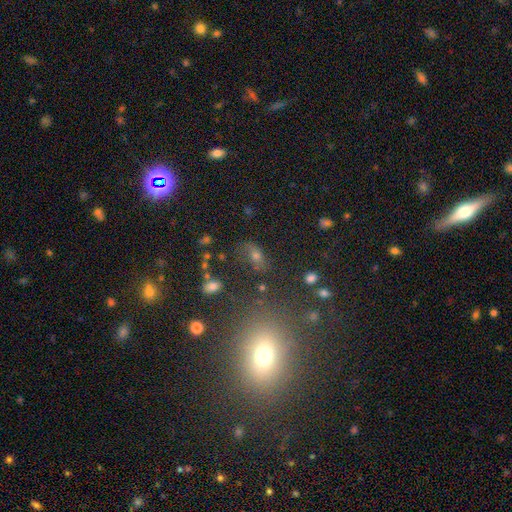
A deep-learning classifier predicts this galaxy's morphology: This appears to be a smooth galaxy with no disk features (54%) that is in between round and cigar-shaped (75%). Merging: none (59%).